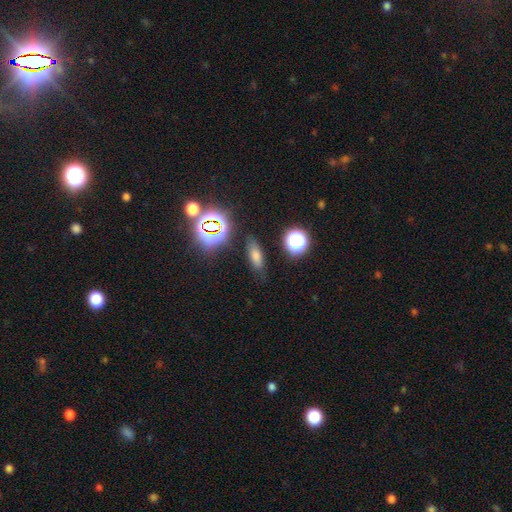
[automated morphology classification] Smooth or featured?
  - smooth: 66% *
  - star or artifact: 22%
  - featured or disk: 12%
How rounded?
  - in between: 61% *
  - cigar-shaped: 28%
  - round: 11%
Merging?
  - none: 81% *
  - minor disturbance: 12%
  - major disturbance: 4%
  - merger: 2%